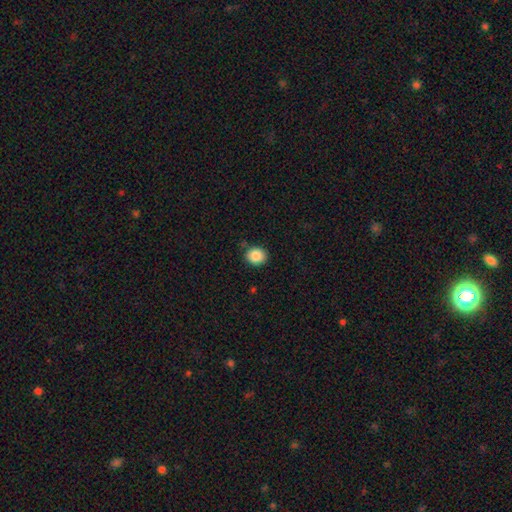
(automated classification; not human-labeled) smooth-or-featured: smooth: 87% | star or artifact: 9% | featured or disk: 4%
  how-rounded: round: 79% | in between: 20% | cigar-shaped: 1%
  merging: none: 86% | minor disturbance: 10% | major disturbance: 2% | merger: 2%